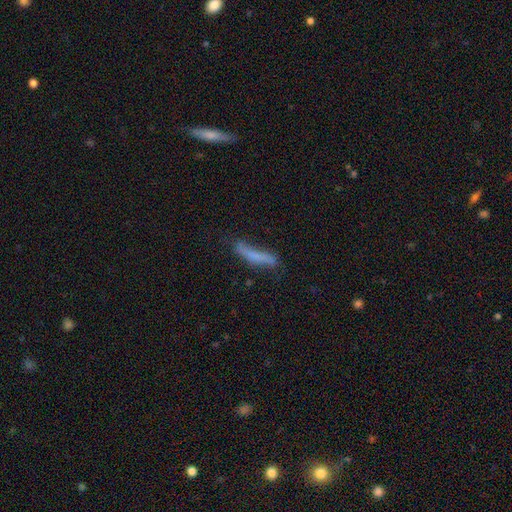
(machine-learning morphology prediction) A smooth galaxy with no disk features (60%) that is cigar-shaped (86%).

Vote fractions:
- Smooth or featured? smooth: 60% / featured or disk: 31% / star or artifact: 9%
- How rounded? cigar-shaped: 86% / in between: 13% / round: 2%
- Merging? none: 51% / minor disturbance: 30% / major disturbance: 15% / merger: 5%